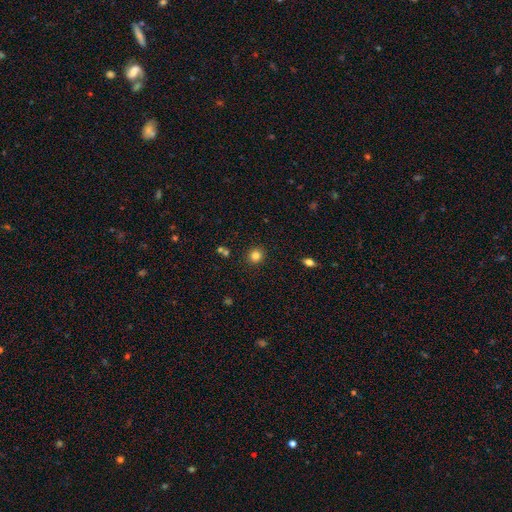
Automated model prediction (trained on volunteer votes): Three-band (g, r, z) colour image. It shows a smooth galaxy with no disk features (82%) that is round (88%). Merging: none (90%).